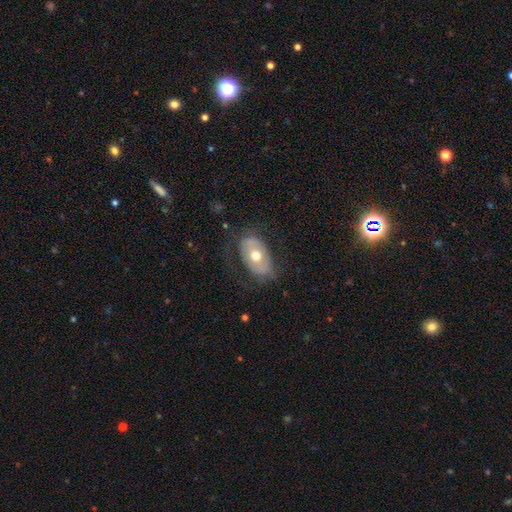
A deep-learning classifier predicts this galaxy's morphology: This appears to be a smooth galaxy with no disk features (47%). Merging: none (68%).